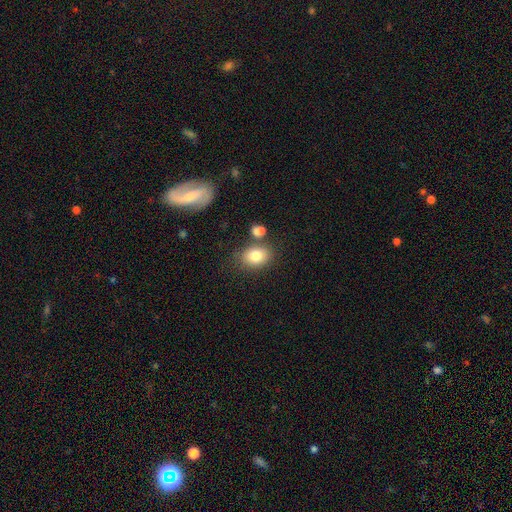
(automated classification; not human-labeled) A smooth galaxy with no disk features (80%) that is in between round and cigar-shaped (68%). Merging: none (69%).